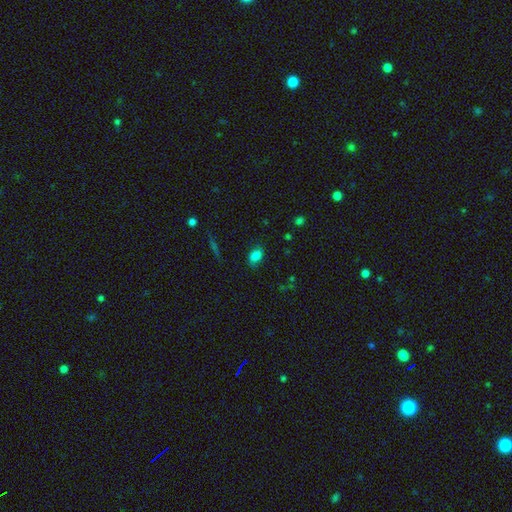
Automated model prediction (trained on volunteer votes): smooth_or_featured: smooth (p=0.81) [alt: star or artifact p=0.11]
how_rounded: in between (p=0.81) [alt: round p=0.17]
merging: none (p=0.76) [alt: minor disturbance p=0.18]